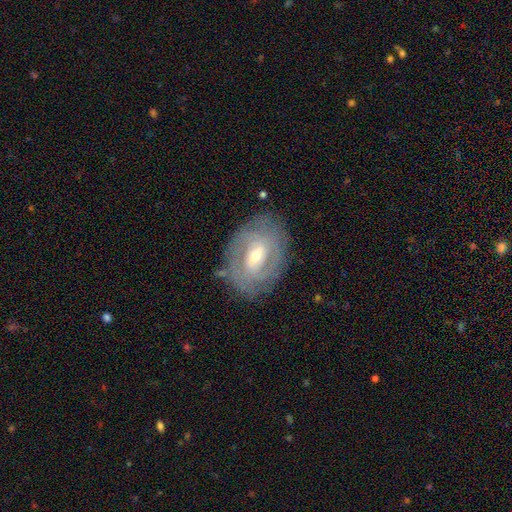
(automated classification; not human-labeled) Smooth or featured?
  - featured or disk: 80% *
  - smooth: 13%
  - star or artifact: 6%
Edge-on disk?
  - no: 95% *
  - yes: 5%
Bar?
  - weak: 50% *
  - no: 27%
  - strong: 24%
Spiral arms?
  - yes: 88% *
  - no: 12%
Spiral winding?
  - tight: 69% *
  - medium: 24%
  - loose: 7%
Spiral arm count?
  - 2: 43% *
  - can't tell: 33%
  - 3: 13%
  - 4: 5%
  - 1: 4%
  - more than 4: 3%
Bulge size?
  - moderate: 53% *
  - small: 43%
  - large: 2%
  - none: 1%
  - dominant: 1%
Merging?
  - none: 79% *
  - minor disturbance: 15%
  - major disturbance: 5%
  - merger: 1%